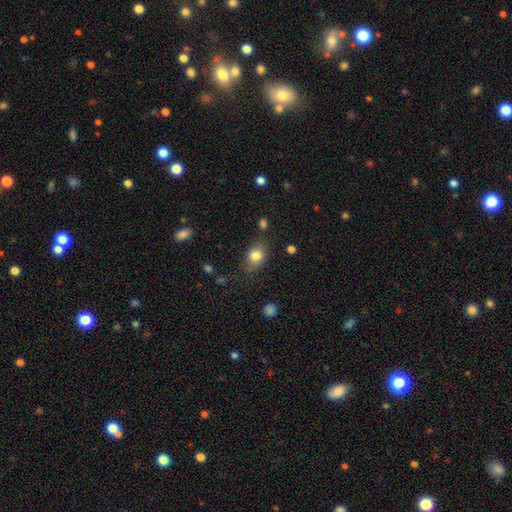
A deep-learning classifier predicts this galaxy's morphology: Smooth or featured?
  - smooth: 82% *
  - star or artifact: 9%
  - featured or disk: 9%
How rounded?
  - in between: 69% *
  - round: 29%
  - cigar-shaped: 2%
Merging?
  - none: 75% *
  - minor disturbance: 17%
  - major disturbance: 5%
  - merger: 3%